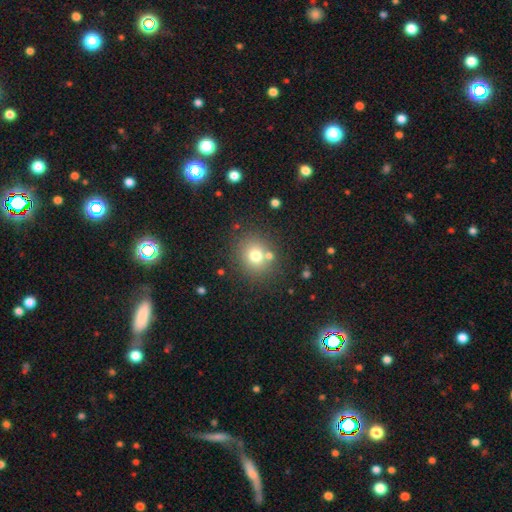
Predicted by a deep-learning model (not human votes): Smooth or featured: smooth — 72% (star or artifact — 15%)
How rounded: round — 82% (in between — 17%)
Merging: none — 75% (merger — 11%)